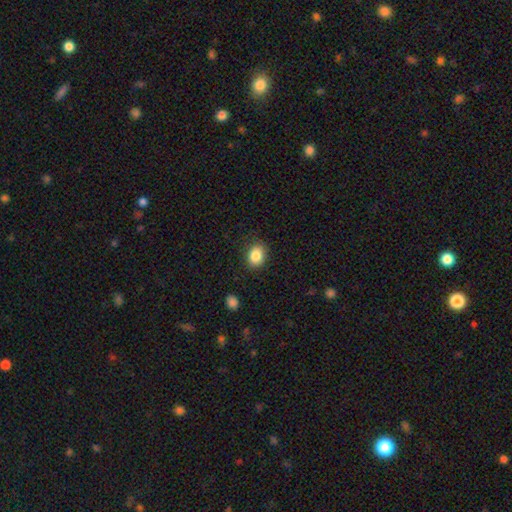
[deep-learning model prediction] A smooth galaxy with no disk features (86%) that is in between round and cigar-shaped (60%). Merging: none (85%).